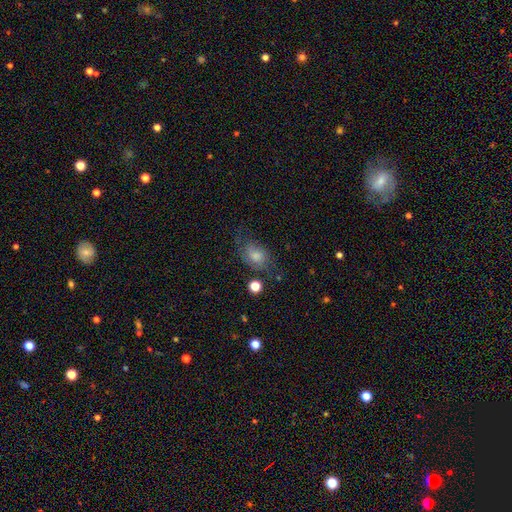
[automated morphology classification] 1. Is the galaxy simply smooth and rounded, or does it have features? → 45% smooth, 37% featured or disk, 18% star or artifact.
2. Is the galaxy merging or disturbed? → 60% none, 23% minor disturbance, 15% major disturbance, 3% merger.